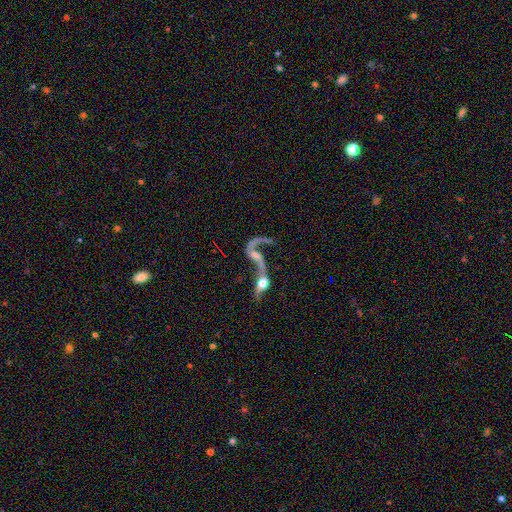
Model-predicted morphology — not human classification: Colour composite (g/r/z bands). It shows a featured or disk galaxy (74%) with no bar (62%), spiral arms (74%) and a small central bulge (36%). Merging: merger (56%).